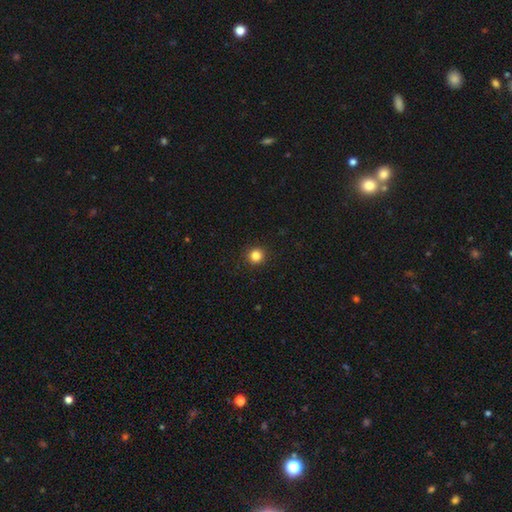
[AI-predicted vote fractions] Smooth or featured? Predicted: smooth (p=0.83). How rounded? Predicted: round (p=0.95). Merging? Predicted: none (p=0.93).